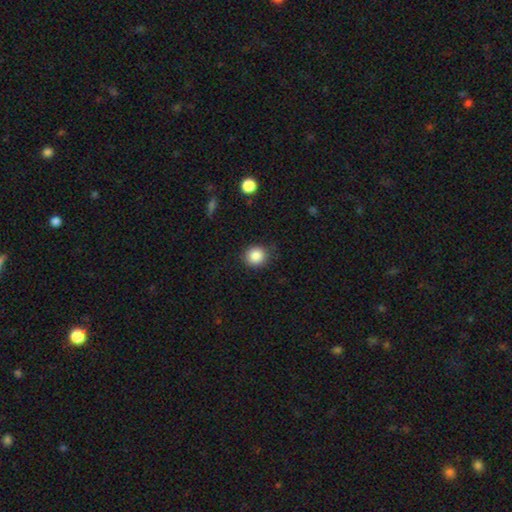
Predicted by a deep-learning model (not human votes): A smooth galaxy with no disk features (87%) that is round (88%).

Vote fractions:
- Smooth or featured? smooth: 87% / star or artifact: 9% / featured or disk: 4%
- How rounded? round: 88% / in between: 11% / cigar-shaped: 1%
- Merging? none: 85% / minor disturbance: 10% / major disturbance: 3% / merger: 1%